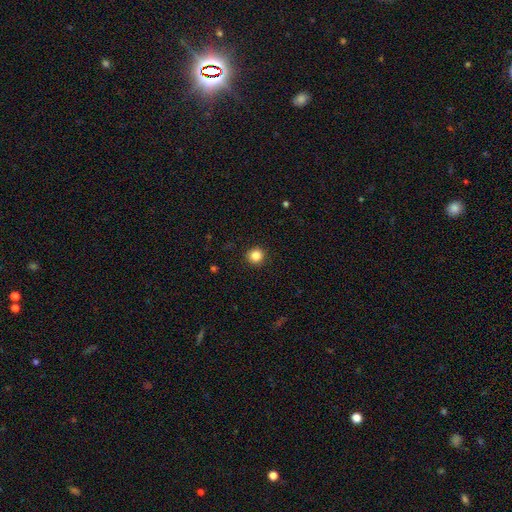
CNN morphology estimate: A smooth galaxy with no disk features (85%) that is round (94%).

Vote fractions:
- Smooth or featured? smooth: 85% / star or artifact: 11% / featured or disk: 4%
- How rounded? round: 94% / in between: 5% / cigar-shaped: 1%
- Merging? none: 92% / minor disturbance: 5% / major disturbance: 2% / merger: 1%